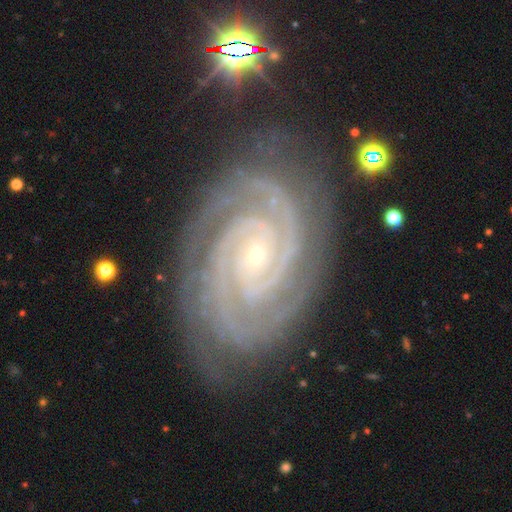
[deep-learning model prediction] Overall: featured or disk (93%). Edge-on disk: no (98%). Bar: no (56%; weak 28%). Spiral arms: yes (99%). Spiral arm count: 2 (65%). Spiral winding: tight (84%). Bulge size: small (82%). Merging: none (81%).